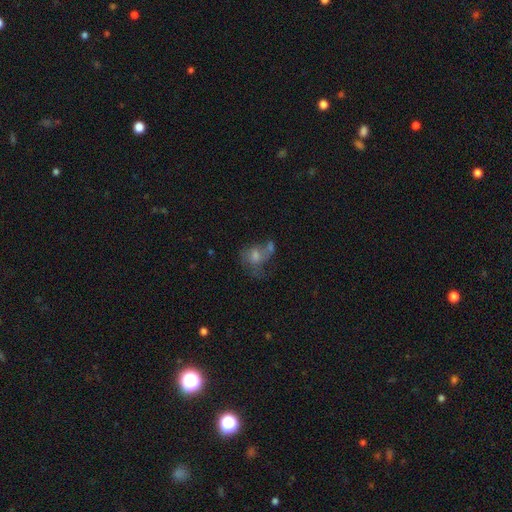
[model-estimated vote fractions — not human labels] smooth-or-featured: featured or disk: 42% | smooth: 38% | star or artifact: 19%
  merging: none: 33% | merger: 26% | major disturbance: 24% | minor disturbance: 17%